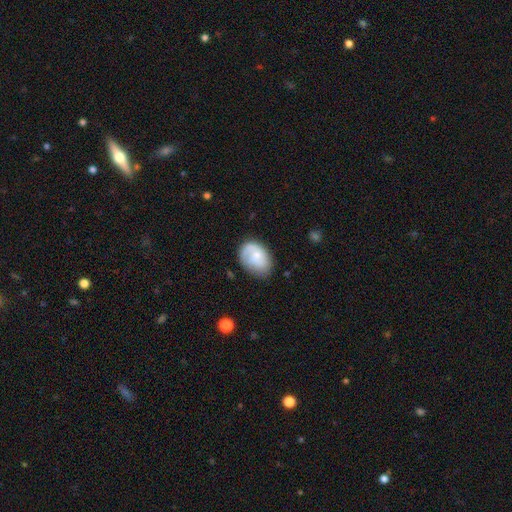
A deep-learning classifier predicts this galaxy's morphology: type=smooth (58%); roundness=in between (74%); merging=none (63%).